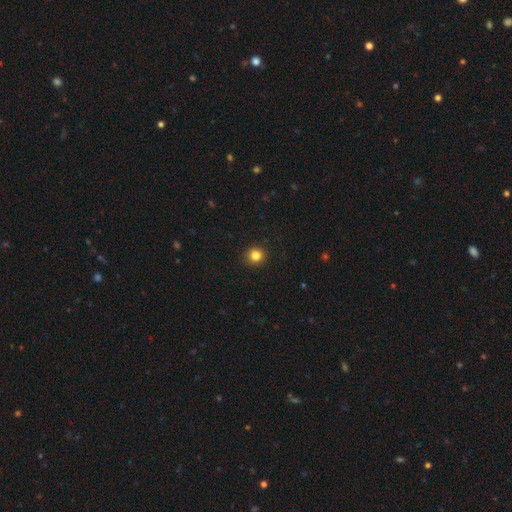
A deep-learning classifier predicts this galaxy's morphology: Smooth or featured?
  - smooth: 83% *
  - star or artifact: 12%
  - featured or disk: 5%
How rounded?
  - round: 92% *
  - in between: 7%
  - cigar-shaped: 1%
Merging?
  - none: 92% *
  - minor disturbance: 5%
  - major disturbance: 2%
  - merger: 1%